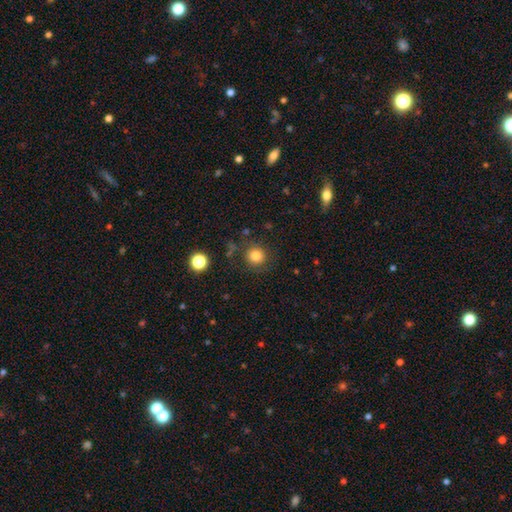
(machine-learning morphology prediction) Smooth or featured: smooth — 81% (star or artifact — 12%)
How rounded: round — 92% (in between — 7%)
Merging: none — 83% (minor disturbance — 9%)